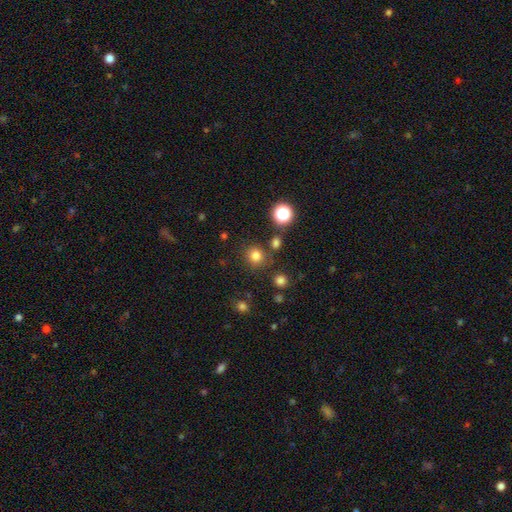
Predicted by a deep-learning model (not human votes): Smooth or featured? Predicted: smooth (p=0.78). How rounded? Predicted: round (p=0.89). Merging? Predicted: none (p=0.81).